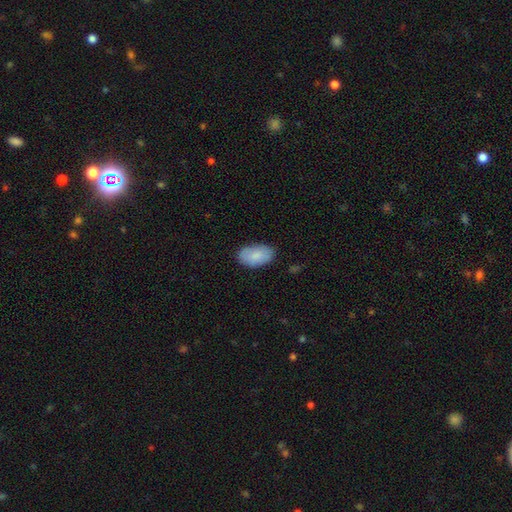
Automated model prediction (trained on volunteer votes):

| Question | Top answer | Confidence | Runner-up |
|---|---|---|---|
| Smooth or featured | smooth | 85% | featured or disk (9%) |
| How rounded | in between | 94% | round (5%) |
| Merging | none | 82% | minor disturbance (14%) |